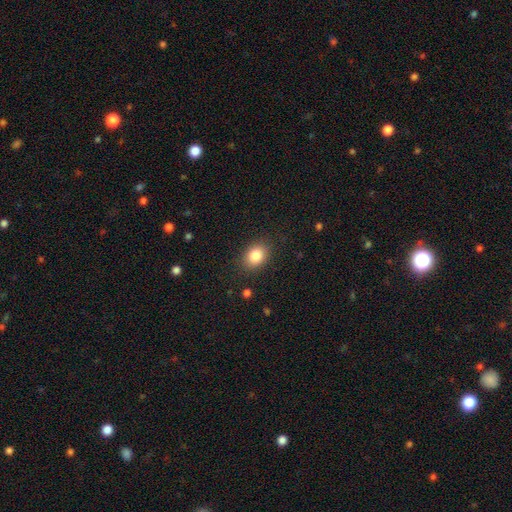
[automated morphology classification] type=smooth (84%); roundness=in between (63%); merging=none (86%).